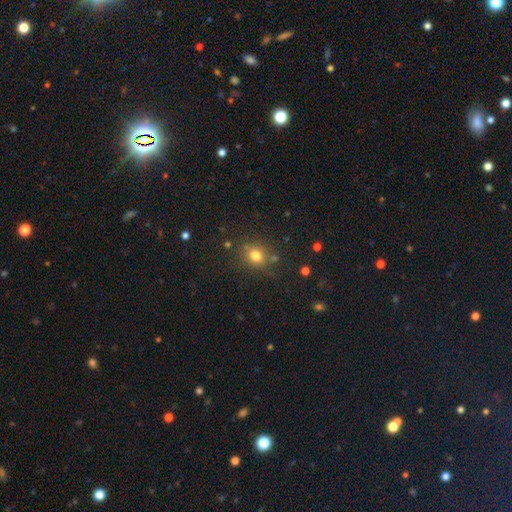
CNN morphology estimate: A smooth galaxy with no disk features (77%) that is round (75%). Merging: none (77%).